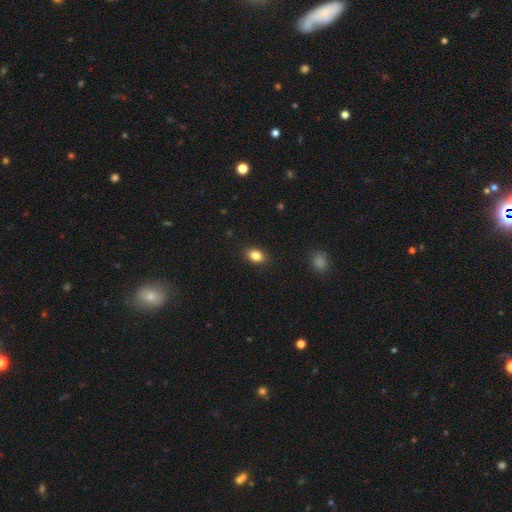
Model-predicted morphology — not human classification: Smooth or featured?
  - smooth: 84% *
  - star or artifact: 9%
  - featured or disk: 7%
How rounded?
  - in between: 81% *
  - round: 17%
  - cigar-shaped: 2%
Merging?
  - none: 88% *
  - minor disturbance: 9%
  - major disturbance: 2%
  - merger: 1%